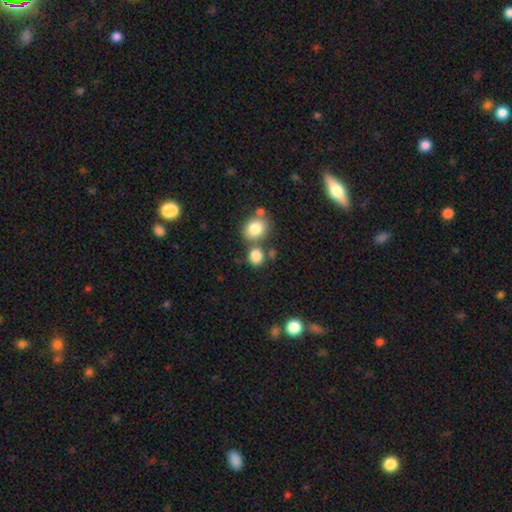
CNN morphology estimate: smooth-or-featured: smooth: 83% | star or artifact: 10% | featured or disk: 6%
  how-rounded: round: 66% | in between: 33% | cigar-shaped: 1%
  merging: none: 60% | merger: 25% | minor disturbance: 11% | major disturbance: 4%